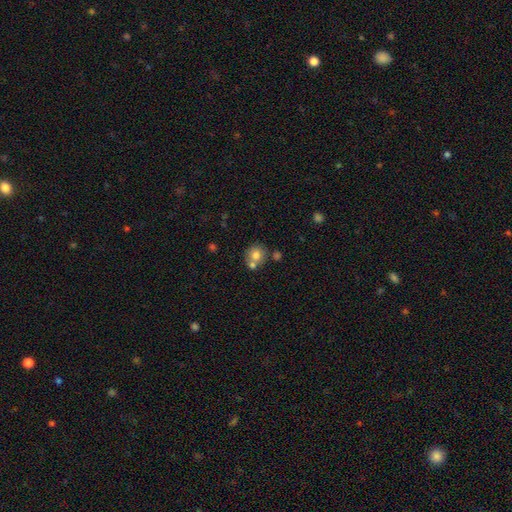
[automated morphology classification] smooth_or_featured: smooth (p=0.75) [alt: featured or disk p=0.15]
how_rounded: round (p=0.85) [alt: in between p=0.14]
merging: none (p=0.56) [alt: merger p=0.31]